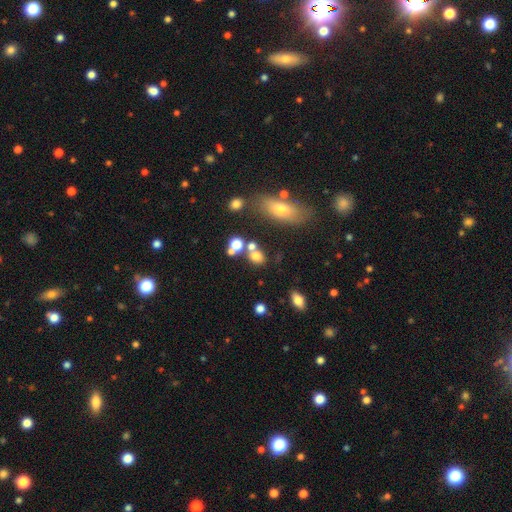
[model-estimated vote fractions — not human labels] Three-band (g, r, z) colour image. It shows a smooth galaxy with no disk features (70%) that is round (63%). Merging: none (45%).